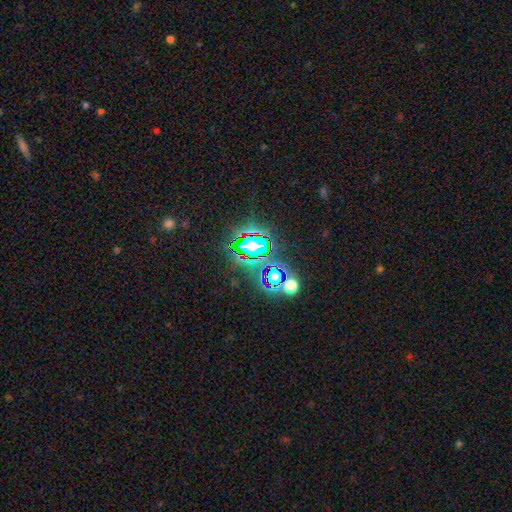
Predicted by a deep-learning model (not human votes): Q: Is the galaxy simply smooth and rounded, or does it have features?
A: star or artifact — 80%.